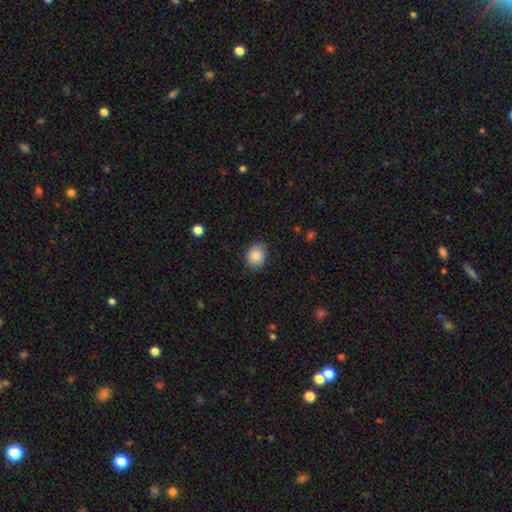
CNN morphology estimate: Q: Smooth or featured?
A: smooth (87%); runner-up: star or artifact (8%)
Q: How rounded?
A: round (58%); runner-up: in between (41%)
Q: Merging?
A: none (81%); runner-up: minor disturbance (15%)